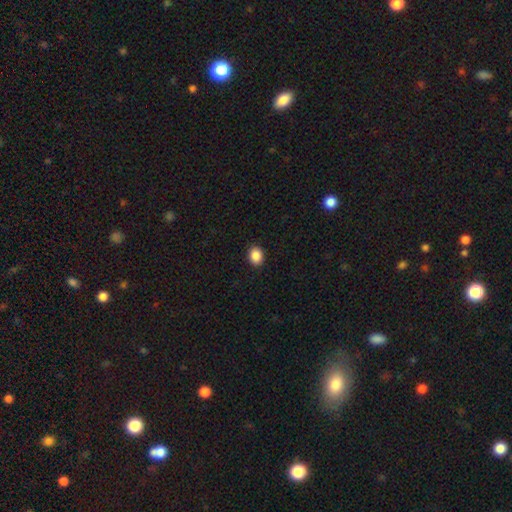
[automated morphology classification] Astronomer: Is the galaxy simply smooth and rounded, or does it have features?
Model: smooth — 89%.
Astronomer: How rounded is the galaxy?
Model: round — 53% (runner-up: in between, 46%).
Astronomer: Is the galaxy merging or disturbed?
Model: none — 91%.